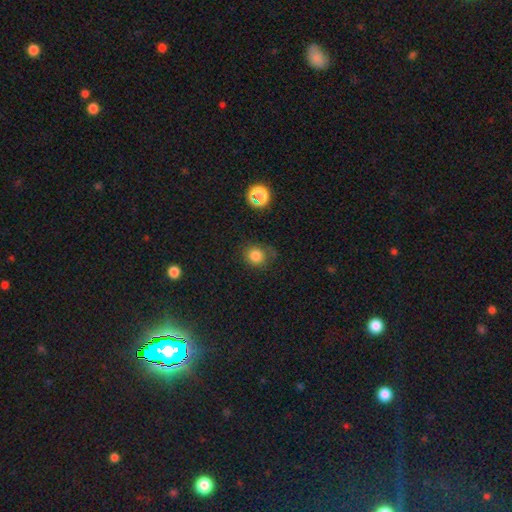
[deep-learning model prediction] Smooth or featured?
  - smooth: 80% *
  - star or artifact: 14%
  - featured or disk: 5%
How rounded?
  - round: 84% *
  - in between: 15%
  - cigar-shaped: 1%
Merging?
  - none: 73% *
  - minor disturbance: 18%
  - major disturbance: 6%
  - merger: 3%